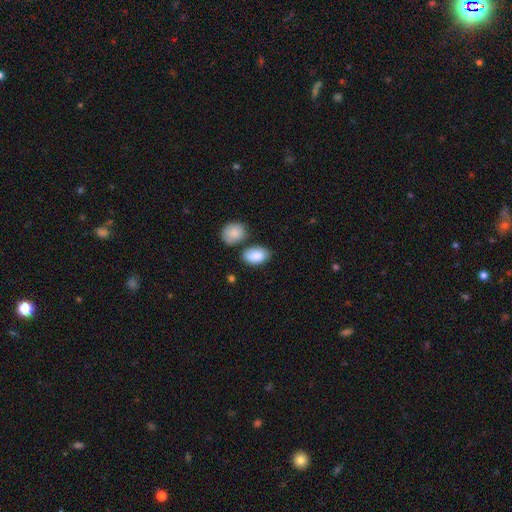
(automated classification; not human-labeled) This appears to be a smooth galaxy with no disk features (88%) that is in between round and cigar-shaped (92%). Merging: none (67%).